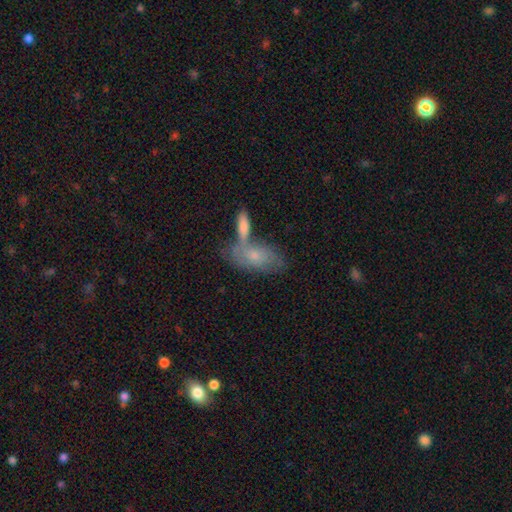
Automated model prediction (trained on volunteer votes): Q: Smooth or featured?
A: smooth (57%); runner-up: featured or disk (36%)
Q: How rounded?
A: in between (85%); runner-up: cigar-shaped (10%)
Q: Merging?
A: merger (42%); runner-up: none (37%)